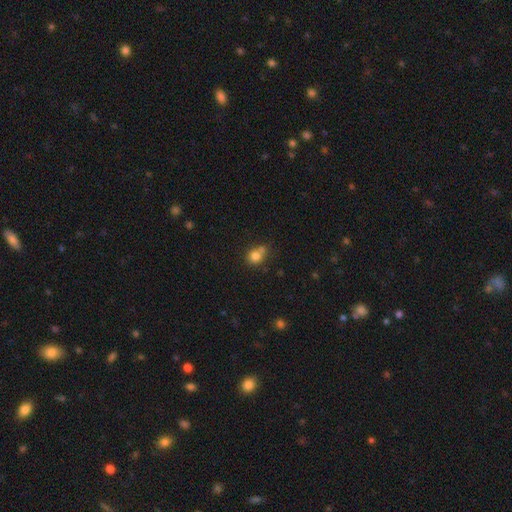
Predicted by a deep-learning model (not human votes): smooth_or_featured: smooth (p=0.79) [alt: star or artifact p=0.12]
how_rounded: round (p=0.74) [alt: in between p=0.25]
merging: none (p=0.47) [alt: merger p=0.31]